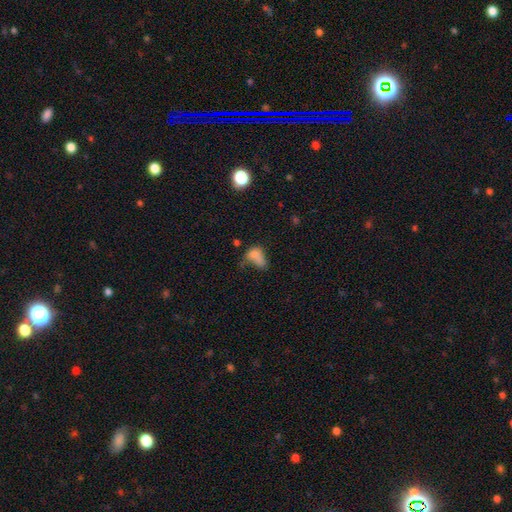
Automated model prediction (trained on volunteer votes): Overall: smooth (70%). How rounded: in between (84%). Merging: major disturbance (36%; minor disturbance 23%).